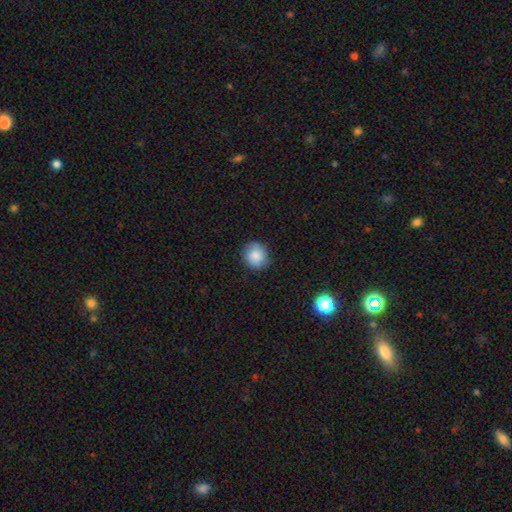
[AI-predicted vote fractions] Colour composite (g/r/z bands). It shows a smooth galaxy with no disk features (82%) that is round (85%). Merging: none (82%).